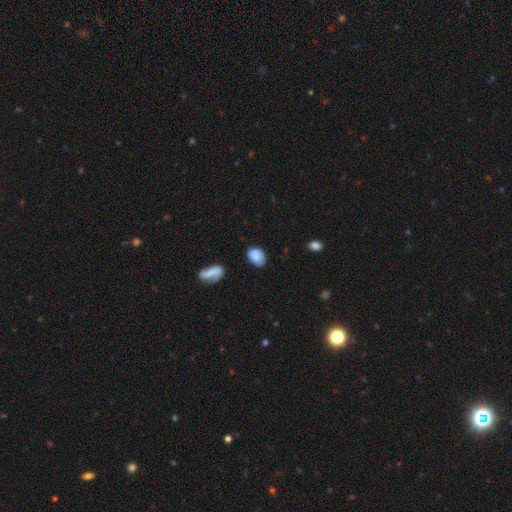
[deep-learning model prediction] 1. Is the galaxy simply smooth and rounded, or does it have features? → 86% smooth, 8% star or artifact, 6% featured or disk.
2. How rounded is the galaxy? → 74% in between, 25% round, 1% cigar-shaped.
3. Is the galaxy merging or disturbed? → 73% none, 20% minor disturbance, 4% major disturbance, 4% merger.